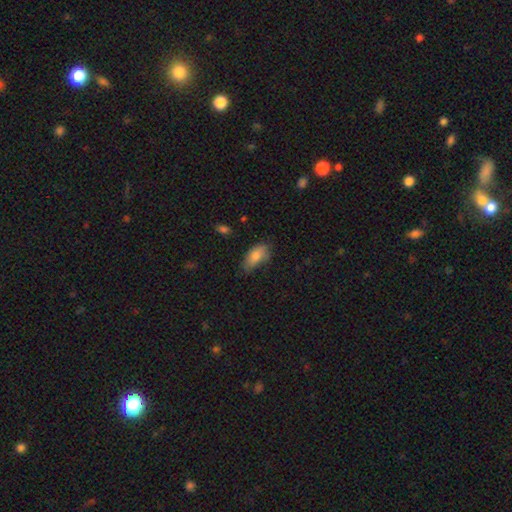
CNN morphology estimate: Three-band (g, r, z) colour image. It shows a smooth galaxy with no disk features (80%) that is in between round and cigar-shaped (90%). Merging: none (59%).